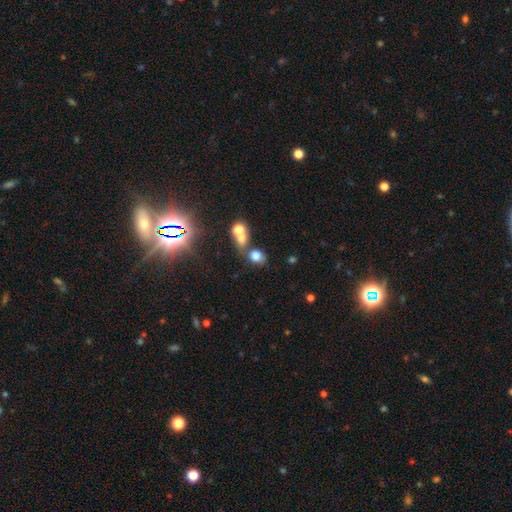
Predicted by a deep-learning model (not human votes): Smooth or featured? Predicted: smooth (p=0.72). How rounded? Predicted: in between (p=0.53). Merging? Predicted: none (p=0.42).